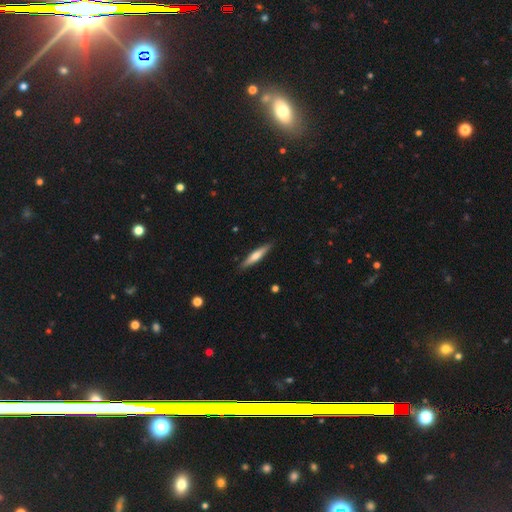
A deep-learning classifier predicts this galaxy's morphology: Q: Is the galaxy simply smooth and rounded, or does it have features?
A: smooth — 54%.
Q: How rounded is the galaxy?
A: cigar-shaped — 87%.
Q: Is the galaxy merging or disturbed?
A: none — 89%.